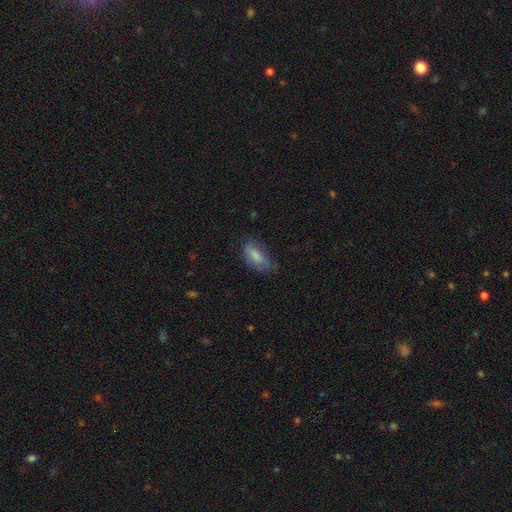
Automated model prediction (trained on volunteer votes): Smooth or featured: smooth — 79% (featured or disk — 14%)
How rounded: in between — 85% (cigar-shaped — 12%)
Merging: none — 62% (minor disturbance — 28%)